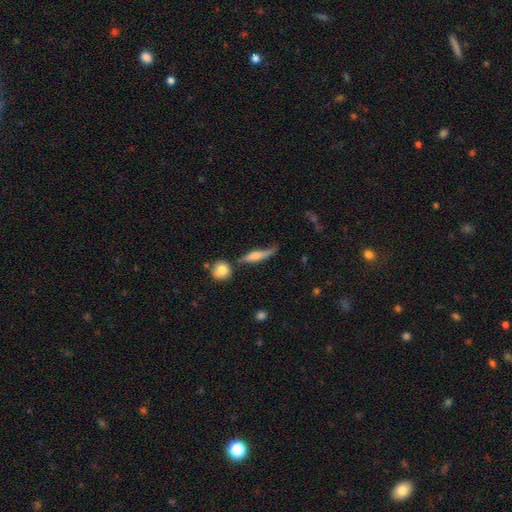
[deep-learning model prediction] The model was most divided on "smooth or featured": smooth: 54%, featured or disk: 38%, star or artifact: 7%. Remaining: how rounded — cigar-shaped (70%); merging — none (46%).